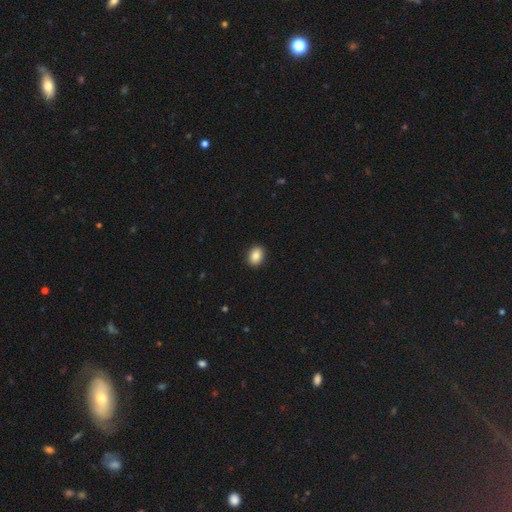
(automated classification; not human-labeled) Smooth or featured?
  - smooth: 85% *
  - star or artifact: 8%
  - featured or disk: 6%
How rounded?
  - in between: 69% *
  - round: 30%
  - cigar-shaped: 1%
Merging?
  - none: 91% *
  - minor disturbance: 6%
  - major disturbance: 2%
  - merger: 1%